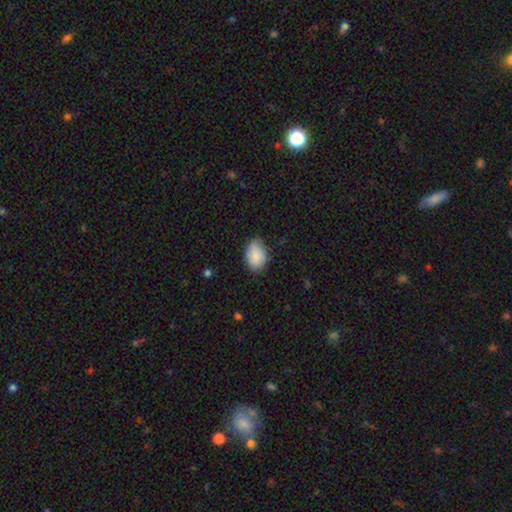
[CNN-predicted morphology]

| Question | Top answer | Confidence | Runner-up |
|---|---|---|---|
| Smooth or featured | smooth | 87% | star or artifact (7%) |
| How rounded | in between | 82% | round (17%) |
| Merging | none | 73% | minor disturbance (23%) |